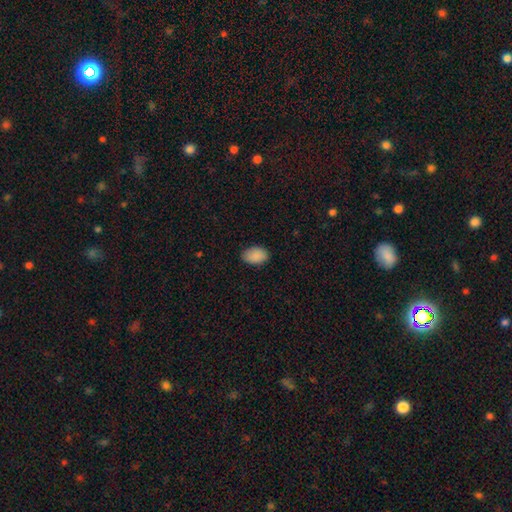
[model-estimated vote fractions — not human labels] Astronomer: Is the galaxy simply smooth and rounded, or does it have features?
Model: smooth — 90%.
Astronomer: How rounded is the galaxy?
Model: in between — 89%.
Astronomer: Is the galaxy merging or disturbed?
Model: none — 85%.